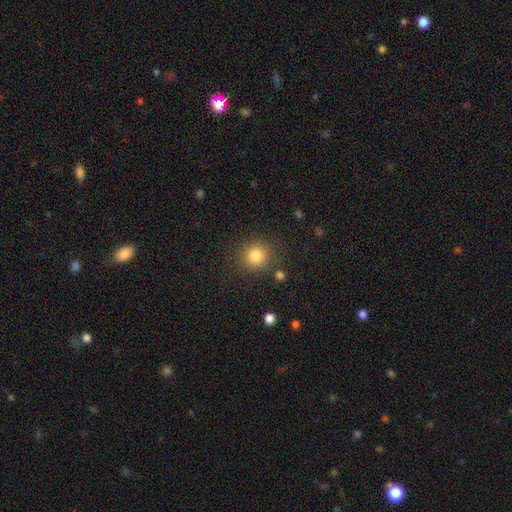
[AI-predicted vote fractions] The model was most divided on "smooth or featured": smooth: 84%, star or artifact: 11%, featured or disk: 5%. More confident: how rounded — round (92%); merging — none (85%).